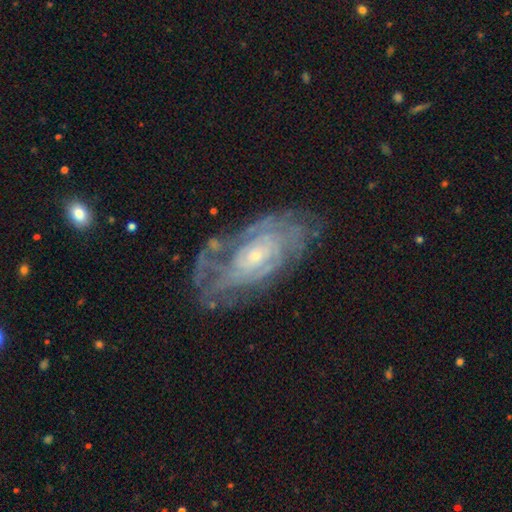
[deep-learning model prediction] This is clearly a featured or disk galaxy (82%). It is clearly not viewed edge-on (93%). Bar: likely no (68%). Spiral arm pattern: clearly yes (89%). Spiral arm count: possibly can't tell (51%). Spiral winding: likely tight (70%). Central bulge: likely small (71%). Merging: likely none (69%).